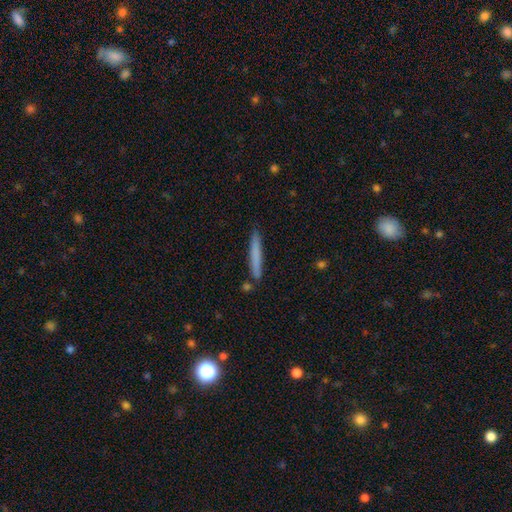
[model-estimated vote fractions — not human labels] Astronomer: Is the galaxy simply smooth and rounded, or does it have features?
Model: smooth — 73%.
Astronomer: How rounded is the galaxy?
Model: cigar-shaped — 96%.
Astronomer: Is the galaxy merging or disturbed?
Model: none — 86%.